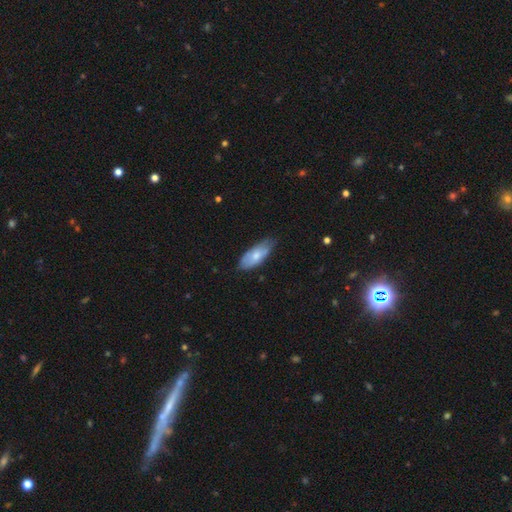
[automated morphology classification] Smooth or featured?
  - smooth: 66% *
  - featured or disk: 28%
  - star or artifact: 6%
How rounded?
  - in between: 81% *
  - cigar-shaped: 17%
  - round: 2%
Merging?
  - none: 63% *
  - minor disturbance: 30%
  - major disturbance: 5%
  - merger: 2%